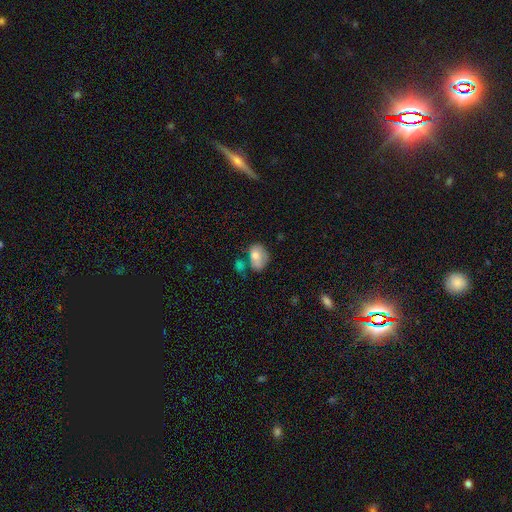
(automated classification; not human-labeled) This appears to be a smooth galaxy with no disk features (72%) that is in between round and cigar-shaped (75%). Merging: none (40%).